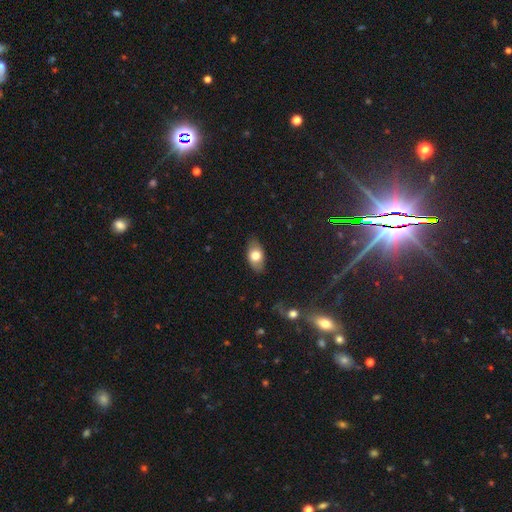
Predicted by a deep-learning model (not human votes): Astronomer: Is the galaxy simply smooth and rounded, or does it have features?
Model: smooth — 73%.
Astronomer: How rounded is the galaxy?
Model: in between — 91%.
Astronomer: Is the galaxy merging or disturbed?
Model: none — 84%.